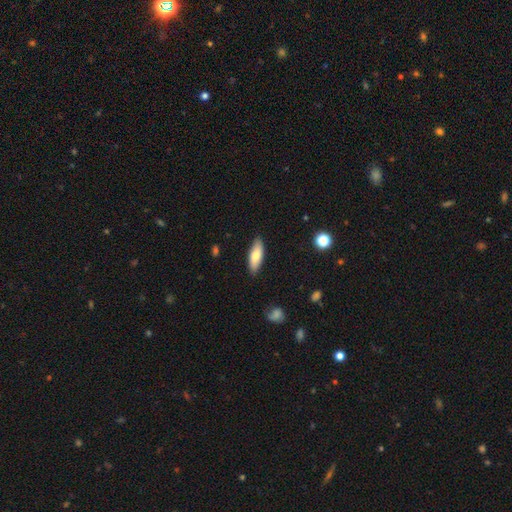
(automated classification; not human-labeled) Morphology: type=smooth (75%); roundness=in between (63%); merging=none (87%).